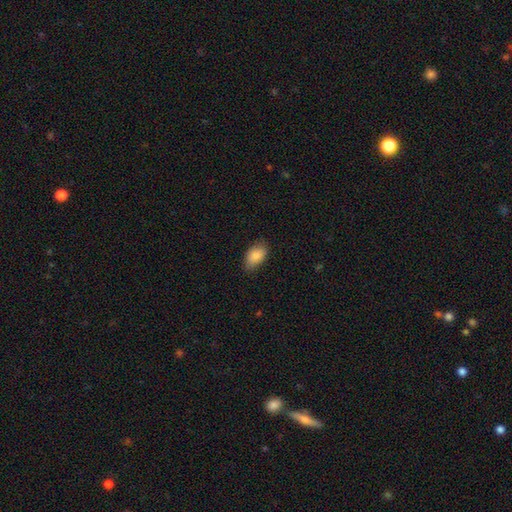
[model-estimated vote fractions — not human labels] smooth_or_featured: smooth (p=0.88) [alt: star or artifact p=0.07]
how_rounded: in between (p=0.91) [alt: round p=0.08]
merging: none (p=0.74) [alt: minor disturbance p=0.21]